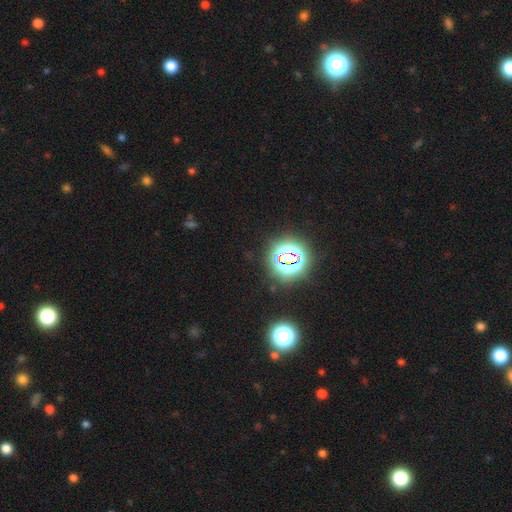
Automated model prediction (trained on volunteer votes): Smooth or featured? Predicted: star or artifact (p=0.75).